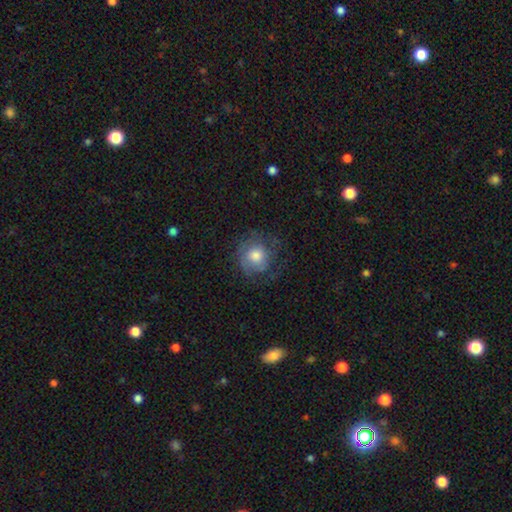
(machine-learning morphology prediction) smooth 56%, featured or disk 35%, star or artifact 9%. Down the decision tree: how rounded — round (87%); merging — none (62%).